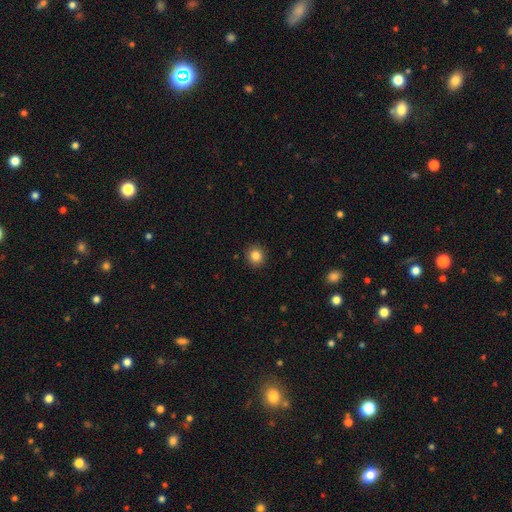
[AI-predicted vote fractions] Smooth or featured?
  - smooth: 84% *
  - star or artifact: 10%
  - featured or disk: 5%
How rounded?
  - round: 91% *
  - in between: 8%
  - cigar-shaped: 1%
Merging?
  - none: 91% *
  - minor disturbance: 6%
  - major disturbance: 2%
  - merger: 1%